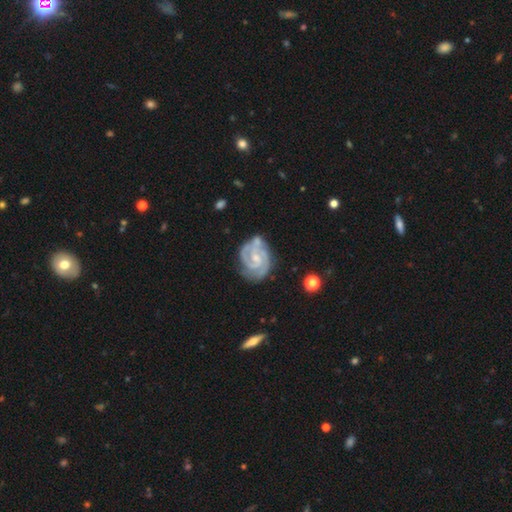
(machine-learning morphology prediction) featured or disk 90%, smooth 6%, star or artifact 4%. Down the decision tree: edge-on disk — no (98%); bar — weak (47%); spiral arms — yes (98%); spiral arm count — 2 (61%); spiral winding — tight (62%); bulge size — small (54%); merging — none (68%).